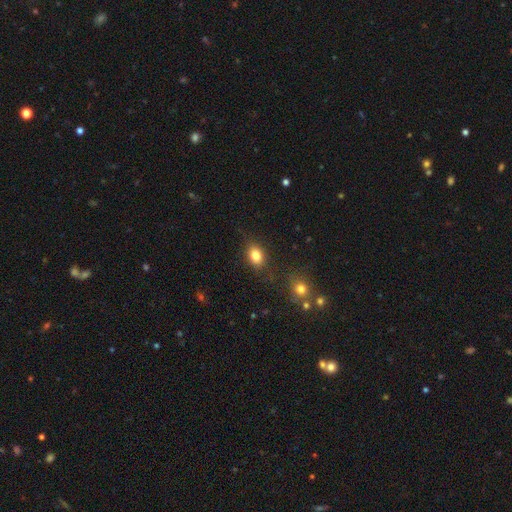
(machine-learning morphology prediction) A smooth galaxy with no disk features (83%) that is in between round and cigar-shaped (70%). Merging: none (79%).